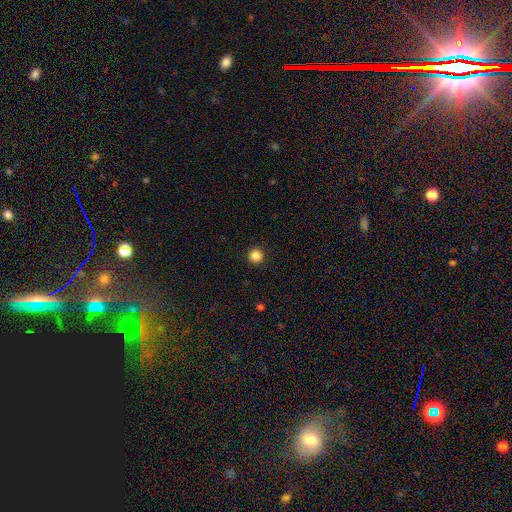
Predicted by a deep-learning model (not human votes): smooth-or-featured: smooth: 86% | star or artifact: 11% | featured or disk: 3%
  how-rounded: round: 96% | in between: 3% | cigar-shaped: 1%
  merging: none: 93% | minor disturbance: 4% | major disturbance: 2% | merger: 1%